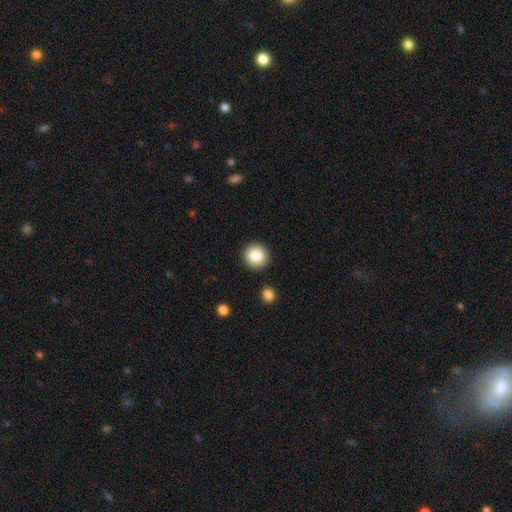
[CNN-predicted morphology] A smooth galaxy with no disk features (84%) that is round (94%). Merging: none (90%).